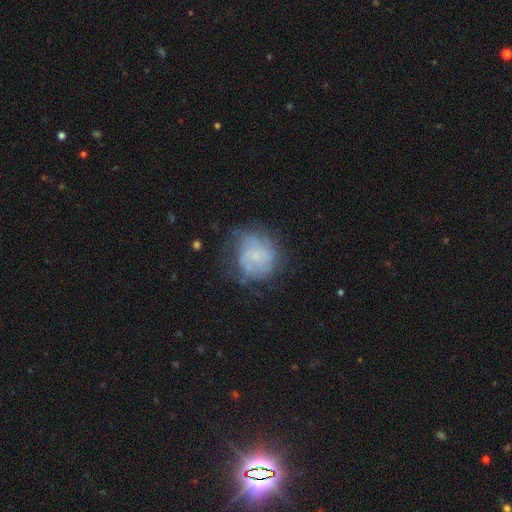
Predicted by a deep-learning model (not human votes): smooth_or_featured: featured or disk (p=0.46) [alt: smooth p=0.43]
merging: none (p=0.57) [alt: minor disturbance p=0.24]